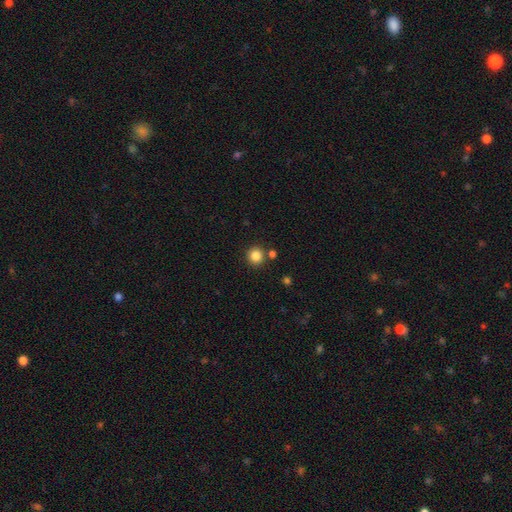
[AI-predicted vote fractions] This is clearly a smooth galaxy (85%). How rounded: clearly round (92%). Merging: clearly none (82%).